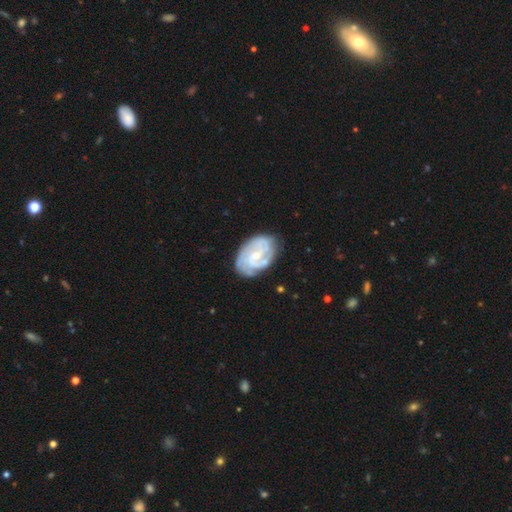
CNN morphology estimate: smooth-or-featured: featured or disk: 83% | smooth: 12% | star or artifact: 5%
  disk-edge-on: no: 98% | yes: 2%
    bar: no: 46% | weak: 44% | strong: 10%
    has-spiral-arms: yes: 95% | no: 5%
      spiral-winding: tight: 59% | medium: 33% | loose: 8%
      spiral-arm-count: 2: 34% | can't tell: 26% | 3: 24% | 4: 7% | 1: 5% | more than 4: 4%
    bulge-size: small: 64% | moderate: 28% | none: 6% | large: 1% | dominant: 1%
  merging: none: 74% | minor disturbance: 18% | major disturbance: 6% | merger: 2%